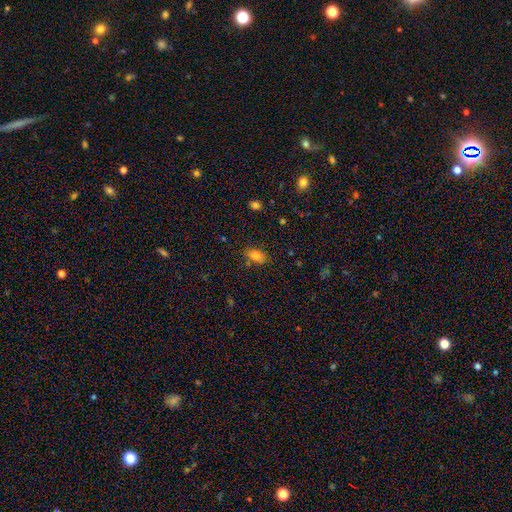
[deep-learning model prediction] A smooth galaxy with no disk features (81%) that is in between round and cigar-shaped (88%). Merging: none (77%).